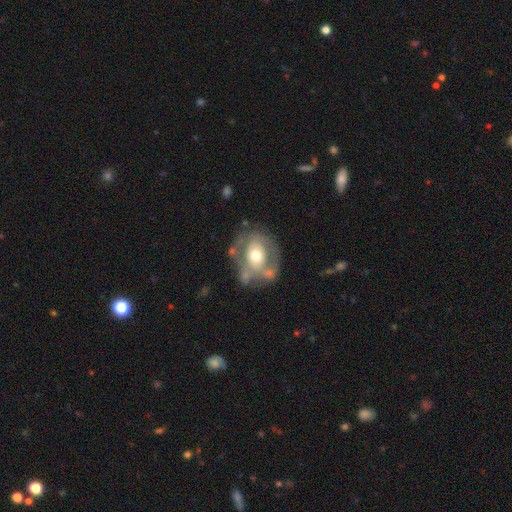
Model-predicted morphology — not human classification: A featured or disk galaxy (56%) with no bar (76%), no spiral arms (70%) and a moderate central bulge (69%).

Vote fractions:
- Smooth or featured? featured or disk: 56% / smooth: 38% / star or artifact: 7%
- Edge-on disk? no: 95% / yes: 5%
- Bar? no: 76% / weak: 17% / strong: 7%
- Spiral arms? no: 70% / yes: 30%
- Bulge size? moderate: 69% / large: 20% / small: 8% / dominant: 1% / none: 1%
- Merging? none: 52% / minor disturbance: 24% / major disturbance: 15% / merger: 9%